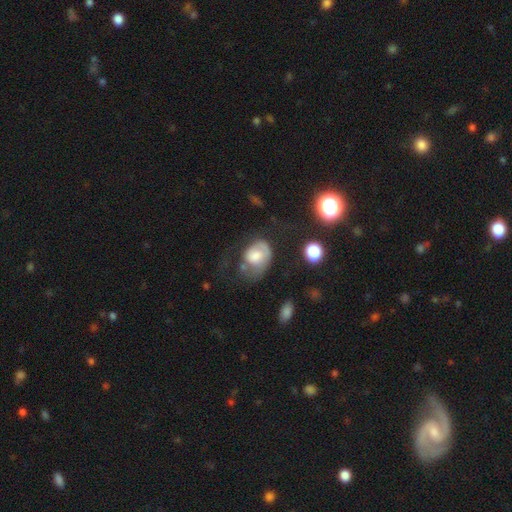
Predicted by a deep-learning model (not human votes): The model was most divided on "merging": major disturbance: 39%, none: 29%, minor disturbance: 27%, merger: 5%. More confident: how rounded — in between (62%); smooth or featured — smooth (53%).